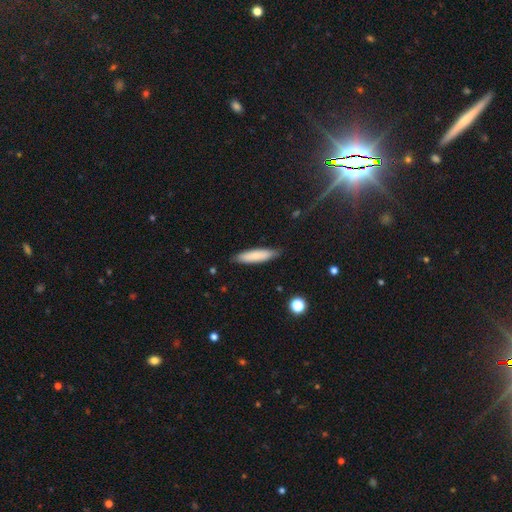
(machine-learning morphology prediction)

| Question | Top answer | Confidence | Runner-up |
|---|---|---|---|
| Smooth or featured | smooth | 80% | featured or disk (14%) |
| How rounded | cigar-shaped | 74% | in between (24%) |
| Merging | none | 86% | minor disturbance (11%) |